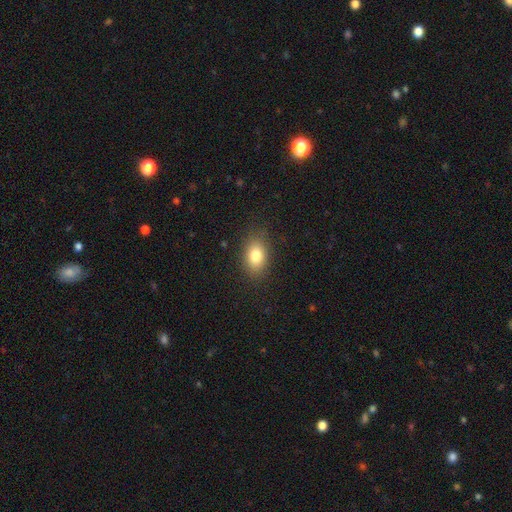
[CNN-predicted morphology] type=smooth (81%); roundness=in between (82%); merging=none (84%).